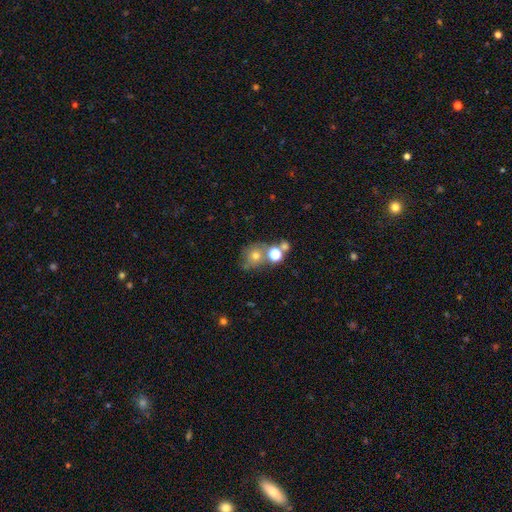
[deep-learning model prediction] Q: Smooth or featured?
A: smooth (65%); runner-up: star or artifact (18%)
Q: How rounded?
A: round (78%); runner-up: in between (21%)
Q: Merging?
A: none (52%); runner-up: merger (29%)